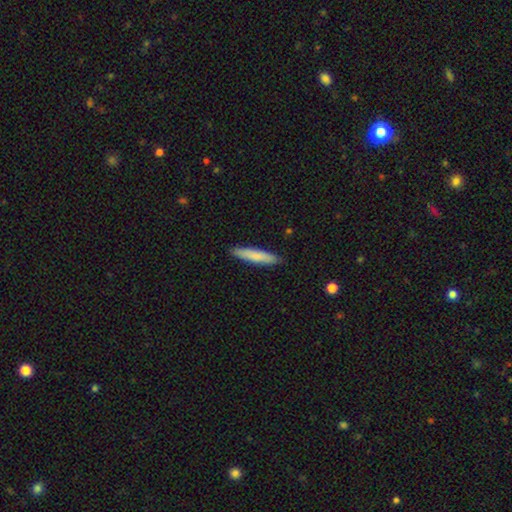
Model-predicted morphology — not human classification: This appears to be a smooth galaxy with no disk features (78%) that is cigar-shaped (89%). Merging: none (89%).